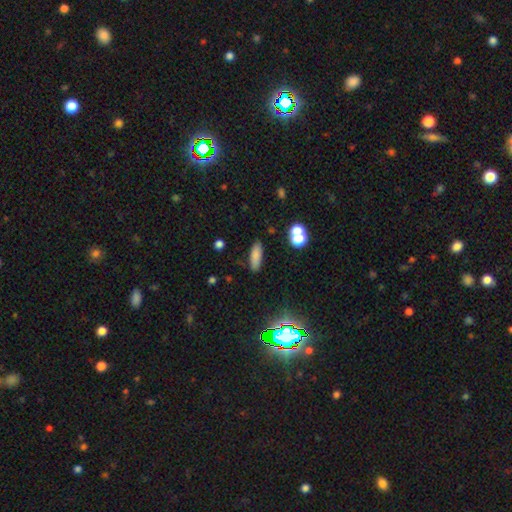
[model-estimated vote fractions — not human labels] Morphology: type=smooth (80%); roundness=in between (54%); merging=none (84%).